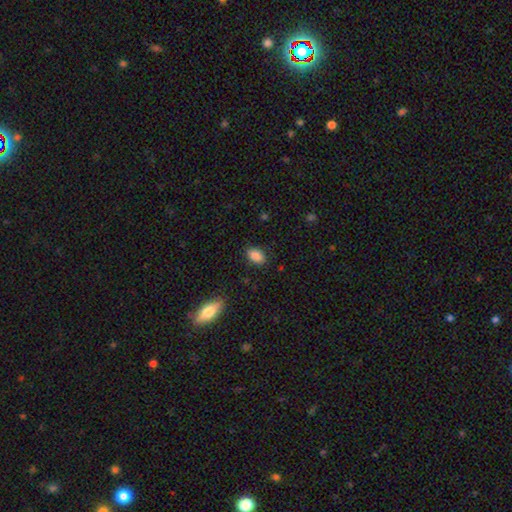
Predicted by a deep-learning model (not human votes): smooth-or-featured: smooth: 87% | star or artifact: 8% | featured or disk: 5%
  how-rounded: in between: 87% | round: 11% | cigar-shaped: 2%
  merging: none: 85% | minor disturbance: 11% | major disturbance: 3% | merger: 1%